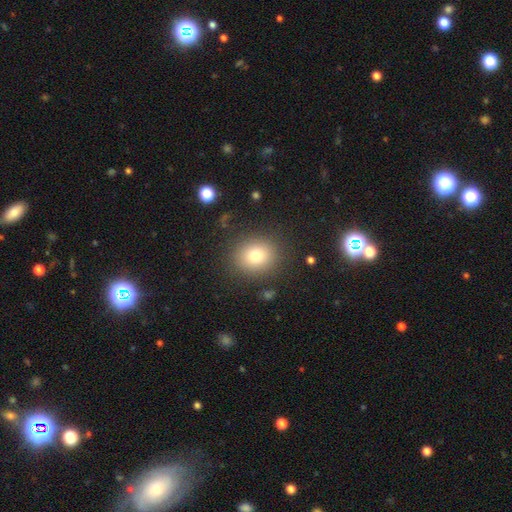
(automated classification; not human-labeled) smooth-or-featured: smooth: 78% | star or artifact: 12% | featured or disk: 10%
  how-rounded: round: 67% | in between: 32% | cigar-shaped: 1%
  merging: none: 87% | minor disturbance: 8% | major disturbance: 3% | merger: 2%